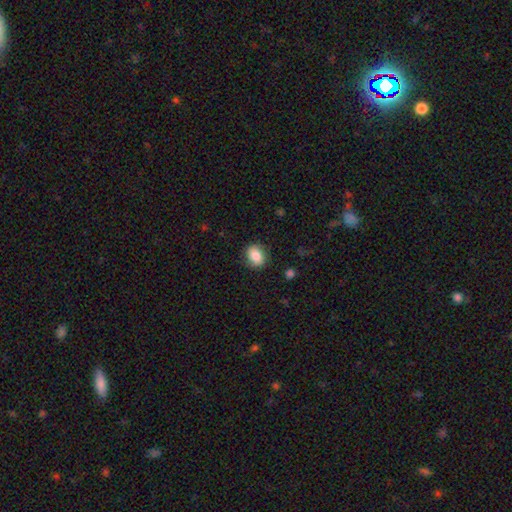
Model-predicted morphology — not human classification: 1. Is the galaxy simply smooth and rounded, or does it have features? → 82% smooth, 10% featured or disk, 8% star or artifact.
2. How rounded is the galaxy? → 55% in between, 44% round, 1% cigar-shaped.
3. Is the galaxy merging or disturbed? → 83% none, 13% minor disturbance, 4% major disturbance, 1% merger.